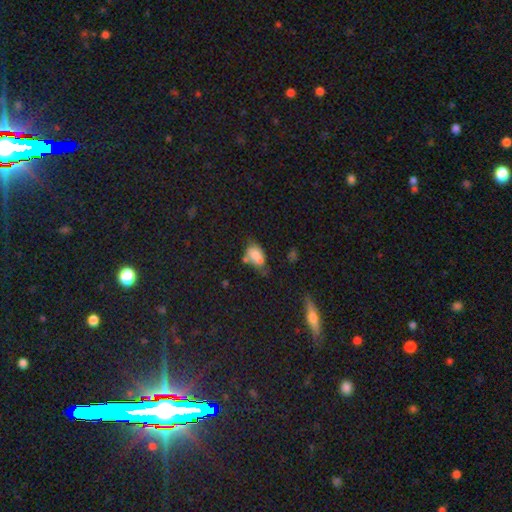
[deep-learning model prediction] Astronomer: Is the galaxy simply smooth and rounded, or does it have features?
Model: smooth — 74%.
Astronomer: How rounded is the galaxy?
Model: in between — 85%.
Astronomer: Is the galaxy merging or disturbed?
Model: none — 39% (runner-up: minor disturbance, 28%).